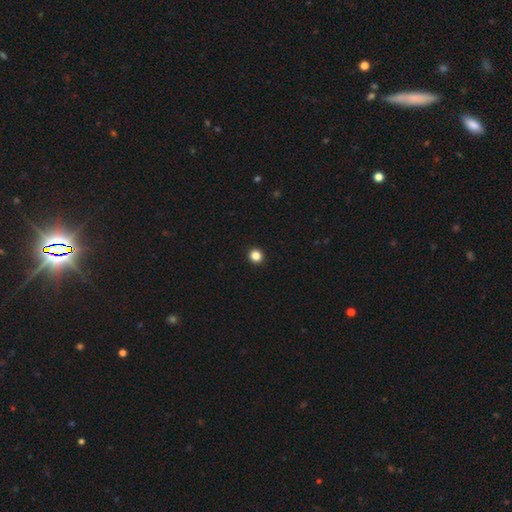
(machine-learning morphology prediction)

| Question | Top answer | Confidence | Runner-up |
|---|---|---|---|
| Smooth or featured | smooth | 85% | star or artifact (12%) |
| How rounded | round | 94% | in between (6%) |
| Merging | none | 94% | minor disturbance (3%) |